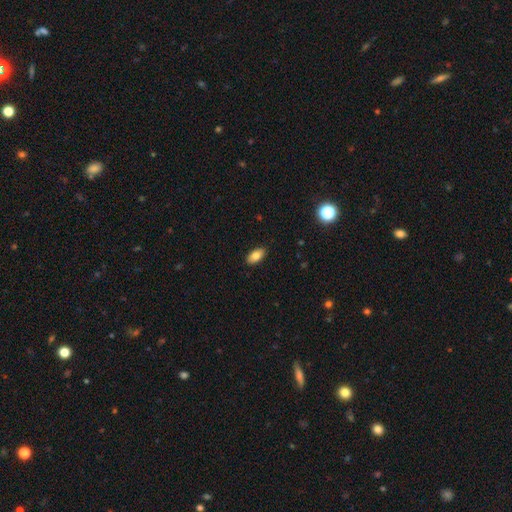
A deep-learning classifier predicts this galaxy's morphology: Smooth or featured?
  - smooth: 84% *
  - featured or disk: 8%
  - star or artifact: 8%
How rounded?
  - in between: 93% *
  - round: 3%
  - cigar-shaped: 3%
Merging?
  - none: 89% *
  - minor disturbance: 8%
  - major disturbance: 2%
  - merger: 1%